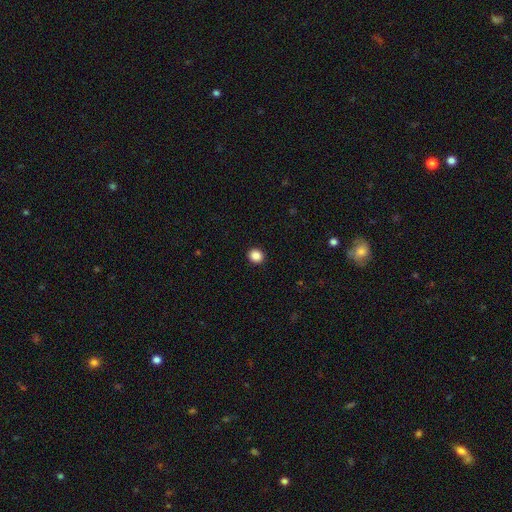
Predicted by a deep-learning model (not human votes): A smooth galaxy with no disk features (88%) that is round (79%).

Vote fractions:
- Smooth or featured? smooth: 88% / star or artifact: 10% / featured or disk: 3%
- How rounded? round: 79% / in between: 20% / cigar-shaped: 1%
- Merging? none: 93% / minor disturbance: 5% / major disturbance: 2% / merger: 1%